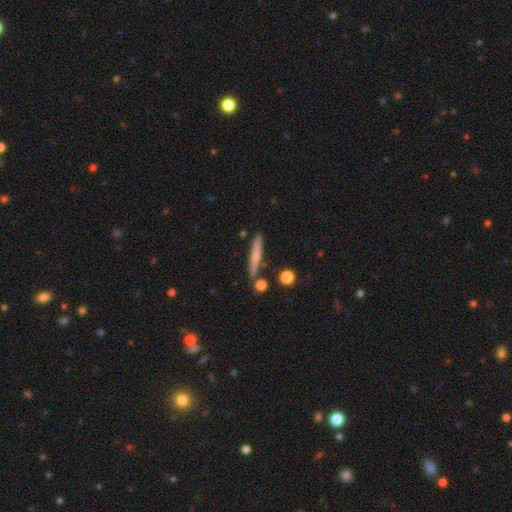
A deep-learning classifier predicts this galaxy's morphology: This is possibly a smooth galaxy (57%). How rounded: clearly cigar-shaped (94%). Merging: clearly none (83%).